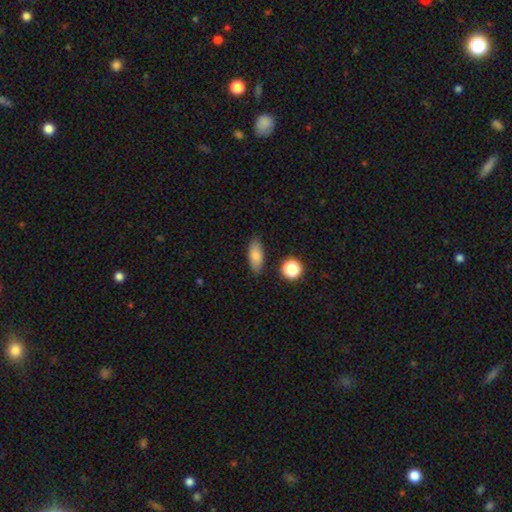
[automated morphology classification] Q: Smooth or featured?
A: smooth (81%); runner-up: featured or disk (10%)
Q: How rounded?
A: in between (79%); runner-up: cigar-shaped (16%)
Q: Merging?
A: none (83%); runner-up: minor disturbance (12%)